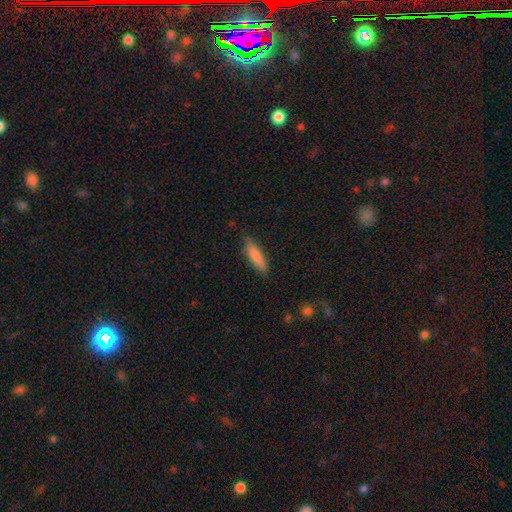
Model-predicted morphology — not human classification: The model was most divided on "how rounded": cigar-shaped: 71%, in between: 27%, round: 1%. More confident: smooth or featured — smooth (83%); merging — none (83%).